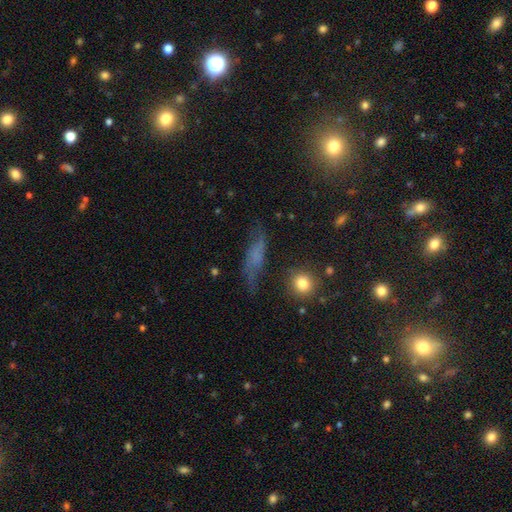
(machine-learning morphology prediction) smooth-or-featured: featured or disk: 42% | smooth: 41% | star or artifact: 17%
  merging: none: 55% | minor disturbance: 25% | major disturbance: 16% | merger: 4%